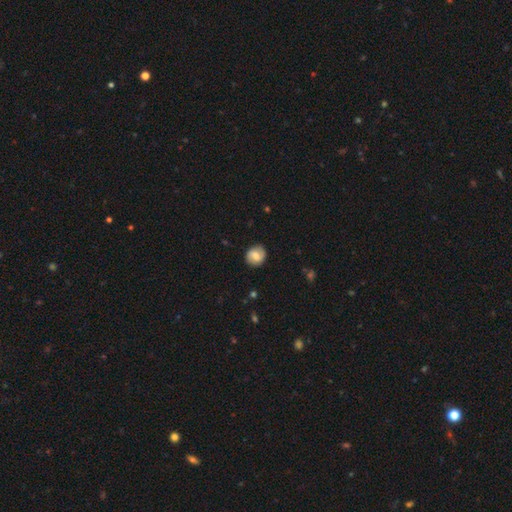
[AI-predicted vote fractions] A smooth galaxy with no disk features (60%) that is round (77%). Merging: none (86%).